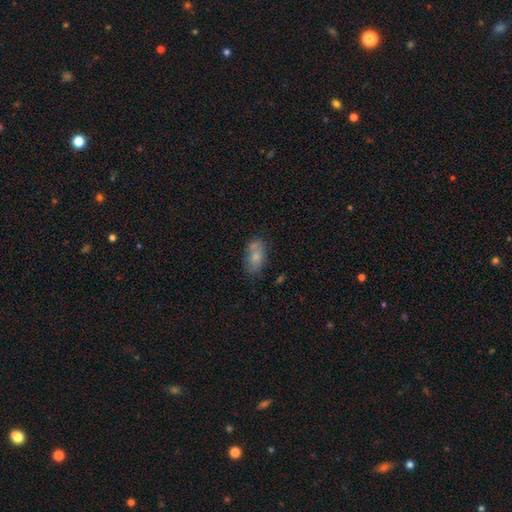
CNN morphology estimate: The model was most divided on "merging": none: 59%, minor disturbance: 20%, merger: 15%, major disturbance: 6%. More confident: how rounded — in between (89%); smooth or featured — smooth (72%).